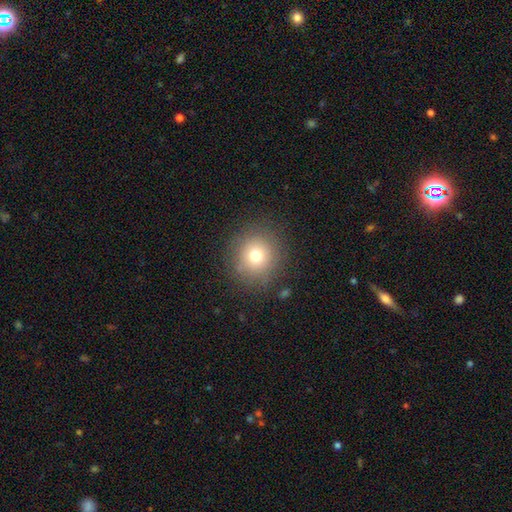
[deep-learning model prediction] smooth_or_featured: smooth (p=0.74) [alt: star or artifact p=0.14]
how_rounded: round (p=0.91) [alt: in between p=0.08]
merging: none (p=0.85) [alt: minor disturbance p=0.09]